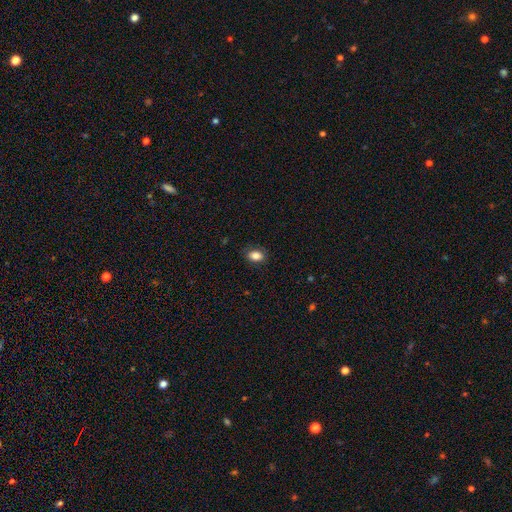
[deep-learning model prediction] smooth 86%, star or artifact 9%, featured or disk 5%. Down the decision tree: how rounded — in between (80%); merging — none (85%).